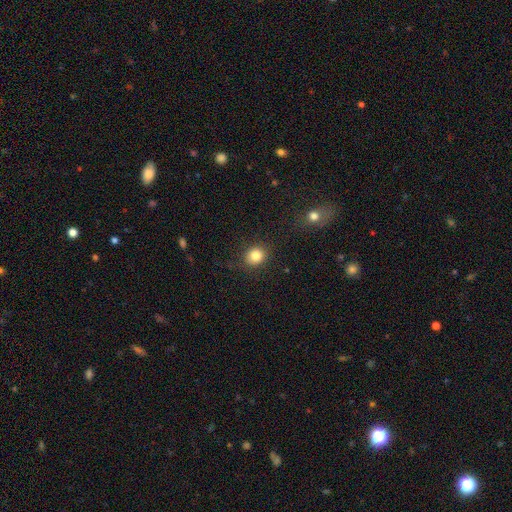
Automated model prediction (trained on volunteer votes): This is clearly a smooth galaxy (83%). How rounded: likely round (75%). Merging: clearly none (87%).